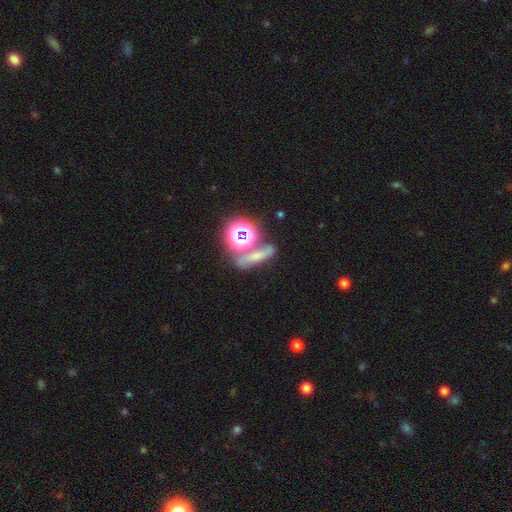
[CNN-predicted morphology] Smooth or featured? smooth (47%)
Merging? none (60%)